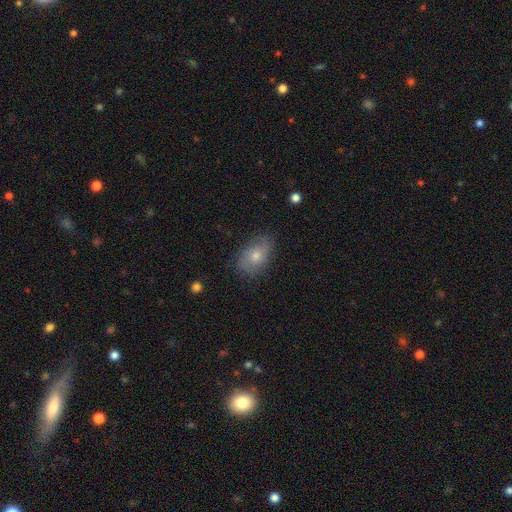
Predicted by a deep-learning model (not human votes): Q: Smooth or featured?
A: smooth (60%); runner-up: featured or disk (31%)
Q: How rounded?
A: in between (86%); runner-up: round (12%)
Q: Merging?
A: none (73%); runner-up: minor disturbance (20%)